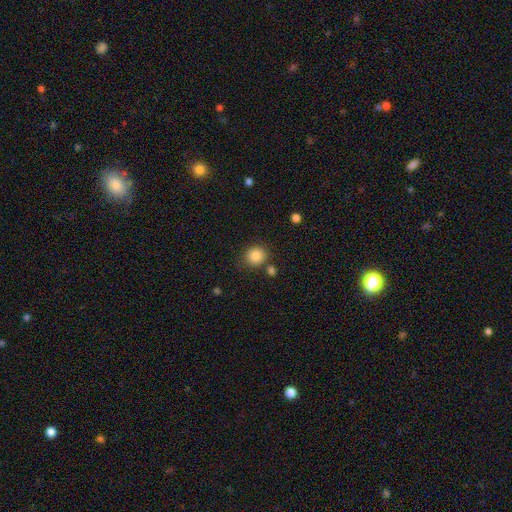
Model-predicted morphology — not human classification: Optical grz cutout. It shows a smooth galaxy with no disk features (85%) that is round (87%). Merging: none (78%).